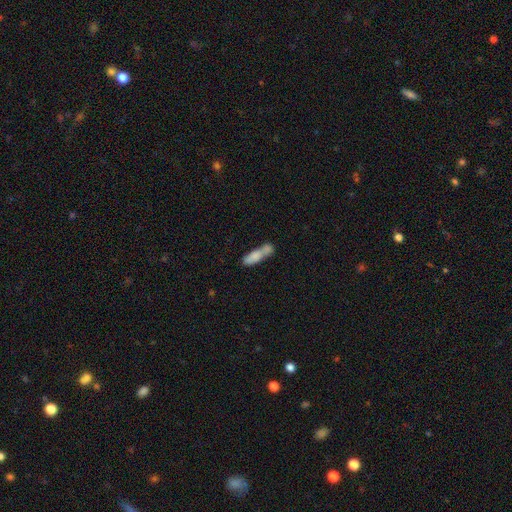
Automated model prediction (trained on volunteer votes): smooth_or_featured: smooth (p=0.73) [alt: featured or disk p=0.19]
how_rounded: cigar-shaped (p=0.56) [alt: in between p=0.41]
merging: merger (p=0.44) [alt: none p=0.33]